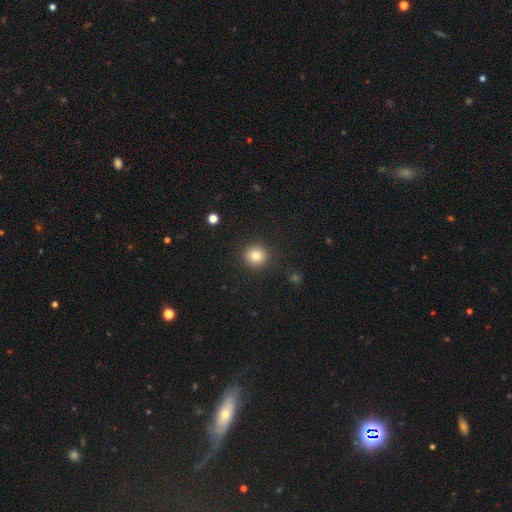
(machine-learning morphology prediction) smooth-or-featured: smooth: 83% | star or artifact: 11% | featured or disk: 7%
  how-rounded: round: 93% | in between: 6% | cigar-shaped: 1%
  merging: none: 91% | minor disturbance: 6% | major disturbance: 2% | merger: 1%